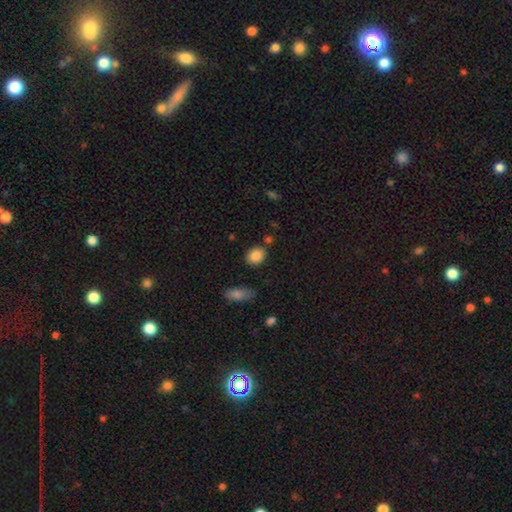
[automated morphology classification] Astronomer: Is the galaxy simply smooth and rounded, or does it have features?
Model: smooth — 87%.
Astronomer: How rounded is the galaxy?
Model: round — 52% (runner-up: in between, 47%).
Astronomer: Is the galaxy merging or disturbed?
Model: none — 78%.